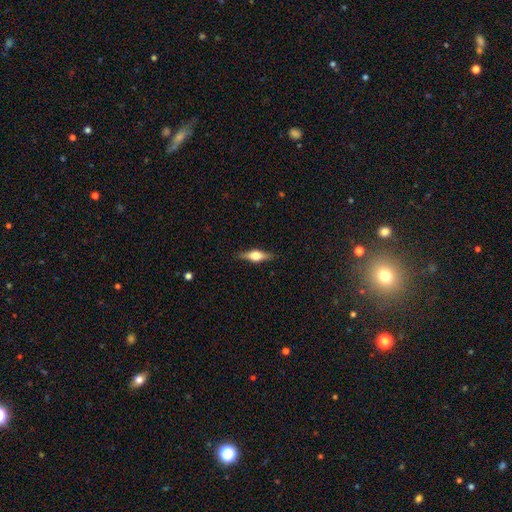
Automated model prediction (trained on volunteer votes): This is possibly a featured or disk galaxy (55%). It is clearly viewed edge-on (94%). Edge-on bulge: clearly rounded (93%). Merging: clearly none (87%).